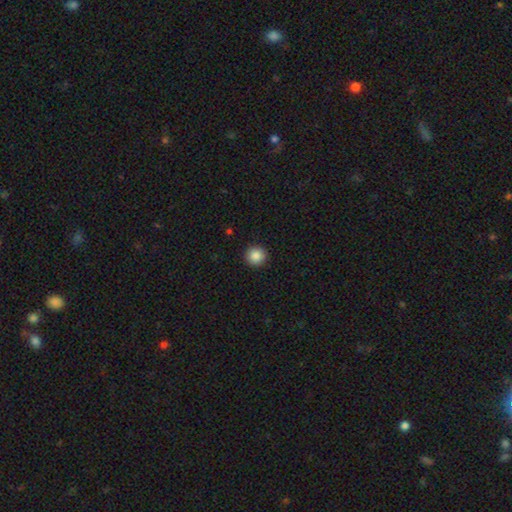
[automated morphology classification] This appears to be a smooth galaxy with no disk features (86%) that is round (95%). Merging: none (93%).